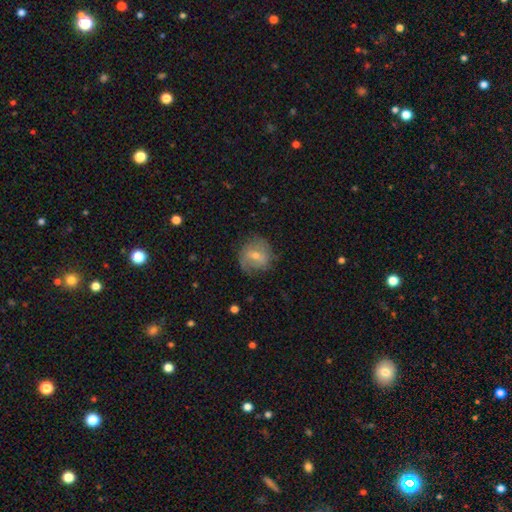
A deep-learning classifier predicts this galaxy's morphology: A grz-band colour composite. It shows a featured or disk galaxy (58%) with a weak bar (48%), spiral arms (78%) and a small central bulge (51%). Merging: none (73%).